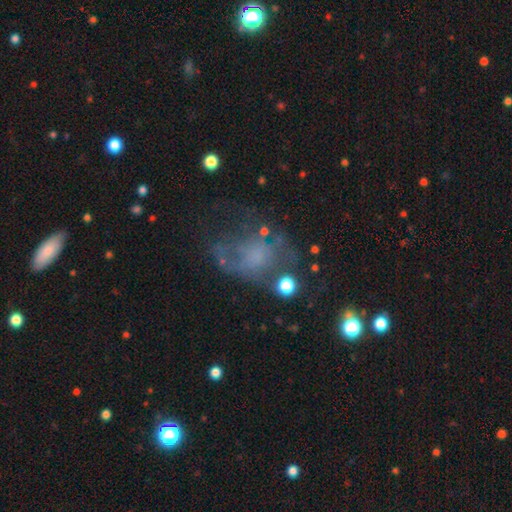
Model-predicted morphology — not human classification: featured or disk 47%, smooth 34%, star or artifact 19%. Down the decision tree: merging — none (39%).